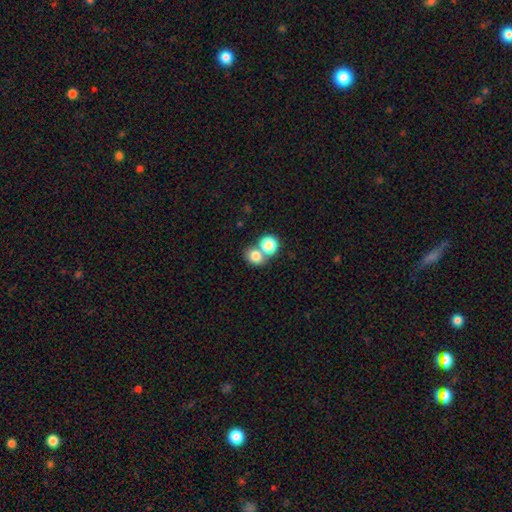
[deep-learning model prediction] A smooth galaxy with no disk features (79%) that is round (67%). Merging: merger (47%).